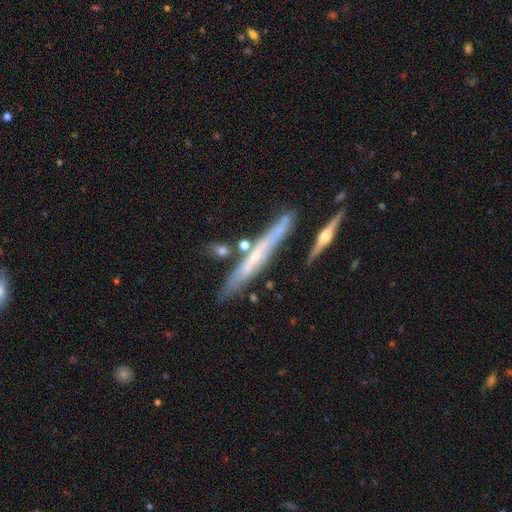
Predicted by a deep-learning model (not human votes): Smooth or featured?
  - featured or disk: 61% *
  - smooth: 32%
  - star or artifact: 7%
Edge-on disk?
  - yes: 89% *
  - no: 11%
Edge-on bulge?
  - none: 54% *
  - rounded: 39%
  - boxy: 7%
Merging?
  - none: 75% *
  - minor disturbance: 14%
  - merger: 9%
  - major disturbance: 3%